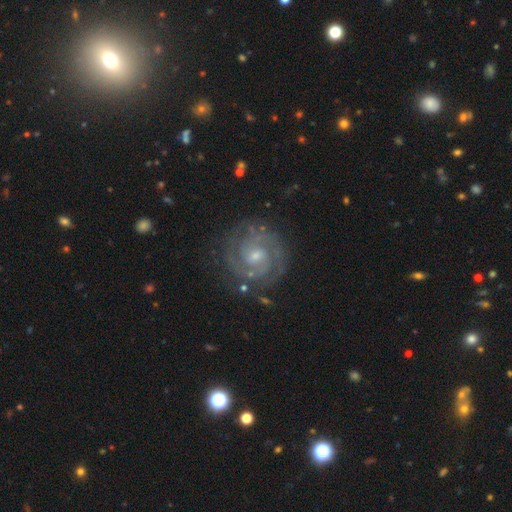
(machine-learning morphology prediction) This appears to be a featured or disk galaxy (88%) with no bar (47%), 2 (61%) tight (70%) spiral arms (97%) and a small central bulge (65%). Merging: none (80%).